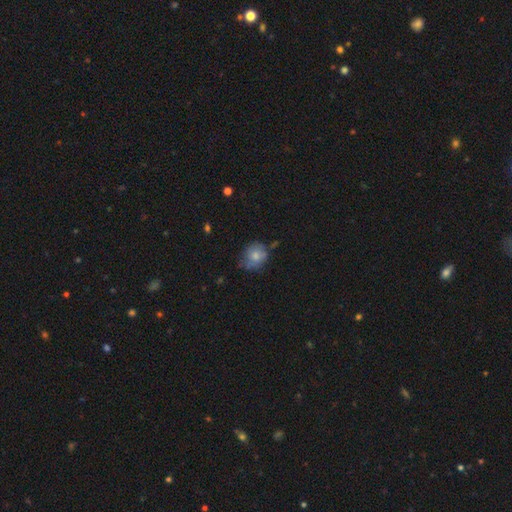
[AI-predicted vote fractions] This is likely a smooth galaxy (73%). How rounded: likely round (72%). Merging: possibly none (53%).